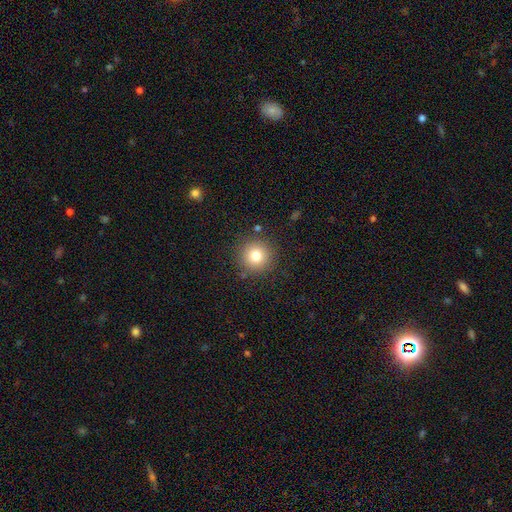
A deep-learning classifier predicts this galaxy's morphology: A smooth galaxy with no disk features (79%) that is round (95%).

Vote fractions:
- Smooth or featured? smooth: 79% / star or artifact: 13% / featured or disk: 9%
- How rounded? round: 95% / in between: 4% / cigar-shaped: 1%
- Merging? none: 88% / minor disturbance: 7% / major disturbance: 3% / merger: 2%